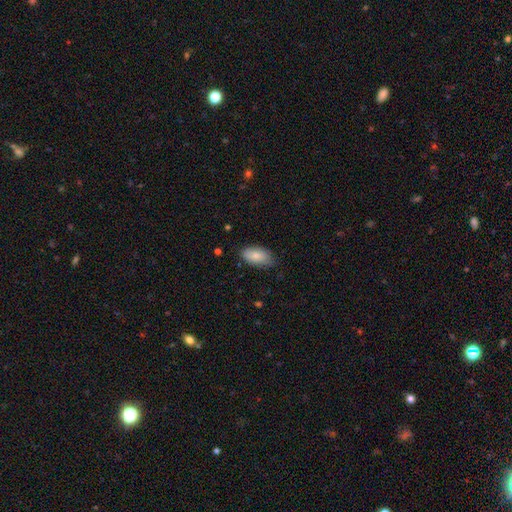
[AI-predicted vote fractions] Q: Smooth or featured?
A: smooth (84%); runner-up: featured or disk (9%)
Q: How rounded?
A: in between (93%); runner-up: cigar-shaped (4%)
Q: Merging?
A: none (75%); runner-up: minor disturbance (21%)